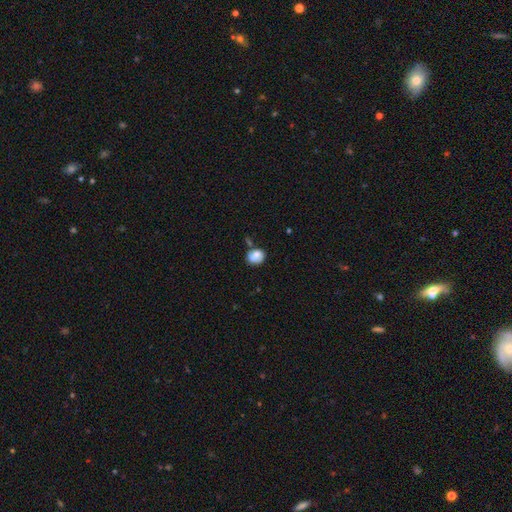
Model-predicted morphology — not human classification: Smooth or featured? Predicted: smooth (p=0.78). How rounded? Predicted: round (p=0.55). Merging? Predicted: none (p=0.58).